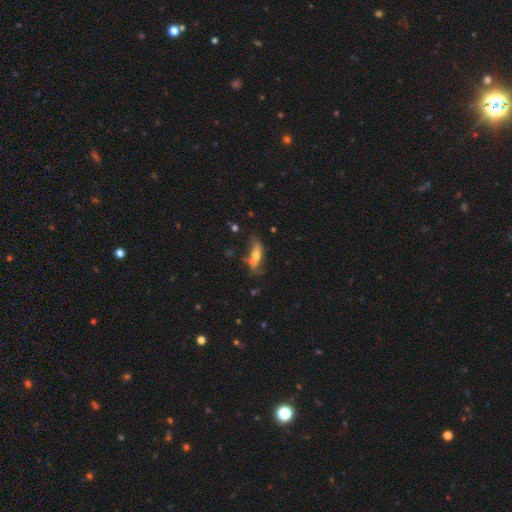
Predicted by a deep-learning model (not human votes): The model was most divided on "smooth or featured": smooth: 53%, featured or disk: 39%, star or artifact: 8%. Remaining: how rounded — in between (60%); merging — none (43%).